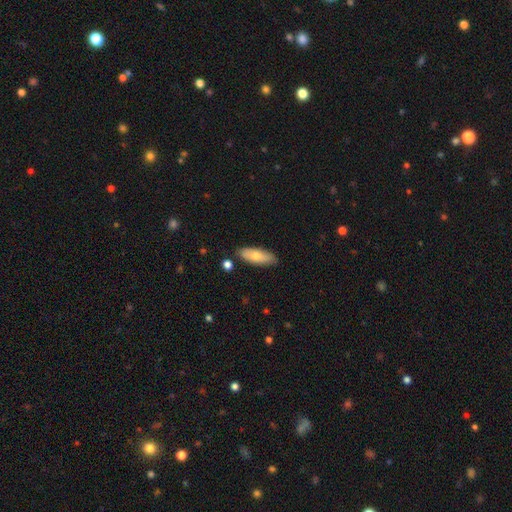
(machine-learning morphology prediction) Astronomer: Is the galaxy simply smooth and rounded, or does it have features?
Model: smooth — 72%.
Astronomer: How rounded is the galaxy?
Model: in between — 65%.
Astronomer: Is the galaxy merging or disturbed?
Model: none — 83%.